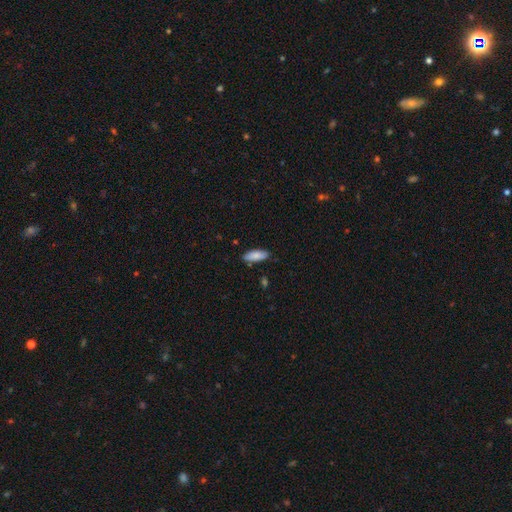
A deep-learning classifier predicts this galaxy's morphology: type=smooth (85%); roundness=in between (71%); merging=none (85%).